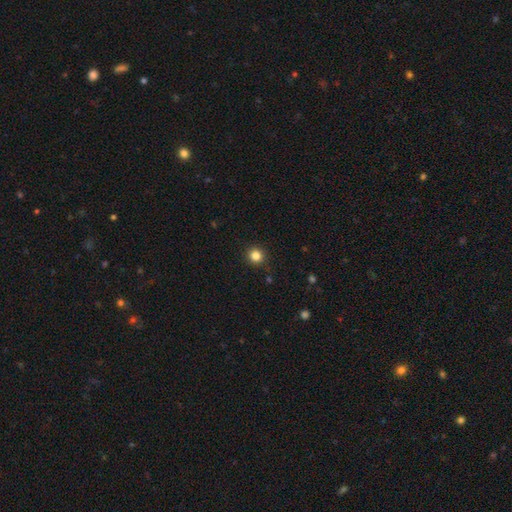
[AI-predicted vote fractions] smooth_or_featured: smooth (p=0.83) [alt: star or artifact p=0.12]
how_rounded: round (p=0.92) [alt: in between p=0.07]
merging: none (p=0.90) [alt: minor disturbance p=0.06]